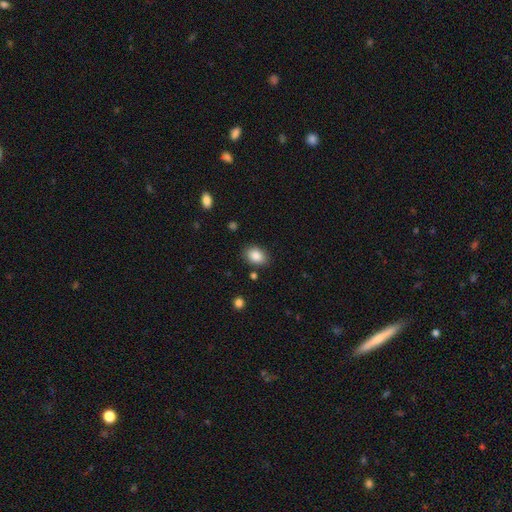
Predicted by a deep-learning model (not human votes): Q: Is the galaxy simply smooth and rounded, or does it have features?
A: smooth — 86%.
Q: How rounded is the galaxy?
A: in between — 76%.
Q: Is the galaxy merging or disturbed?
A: none — 84%.